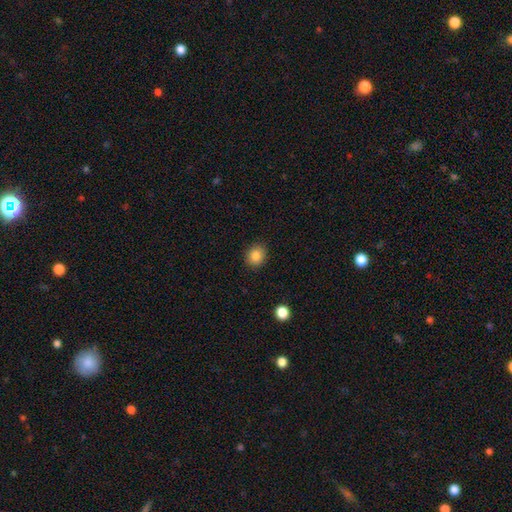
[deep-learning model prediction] A smooth galaxy with no disk features (84%) that is round (75%).

Vote fractions:
- Smooth or featured? smooth: 84% / star or artifact: 10% / featured or disk: 6%
- How rounded? round: 75% / in between: 24% / cigar-shaped: 1%
- Merging? none: 90% / minor disturbance: 7% / major disturbance: 2% / merger: 1%